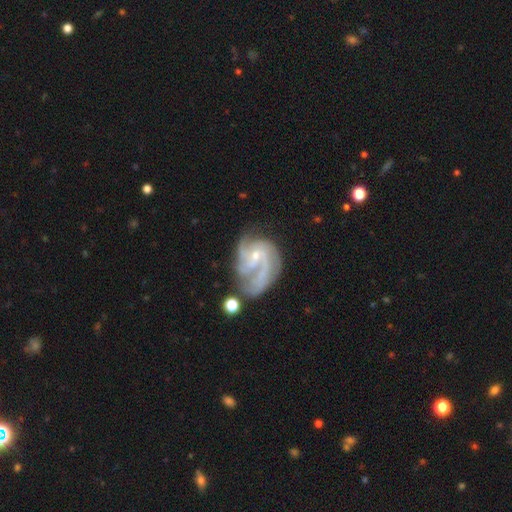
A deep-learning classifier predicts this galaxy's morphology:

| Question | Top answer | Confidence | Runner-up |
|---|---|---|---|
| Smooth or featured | featured or disk | 87% | smooth (7%) |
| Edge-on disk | no | 98% | yes (2%) |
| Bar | no | 51% | weak (39%) |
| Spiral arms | yes | 96% | no (4%) |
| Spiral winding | medium | 51% | tight (28%) |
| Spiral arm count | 3 | 40% | 2 (28%) |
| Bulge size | small | 73% | moderate (20%) |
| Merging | none | 45% | major disturbance (24%) |